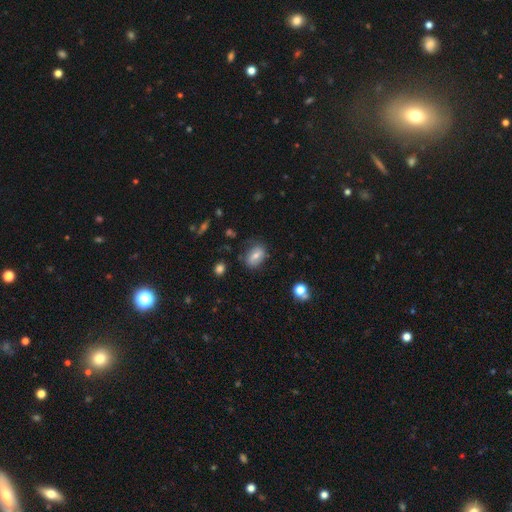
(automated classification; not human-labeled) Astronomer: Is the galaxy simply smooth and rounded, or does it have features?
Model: smooth — 65%.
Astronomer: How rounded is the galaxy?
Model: in between — 78%.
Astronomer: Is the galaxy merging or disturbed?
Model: none — 71%.